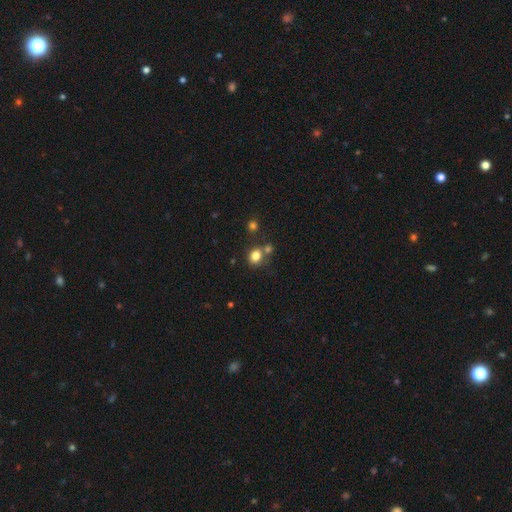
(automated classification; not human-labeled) Smooth or featured: smooth — 80% (star or artifact — 13%)
How rounded: round — 70% (in between — 29%)
Merging: none — 63% (merger — 22%)